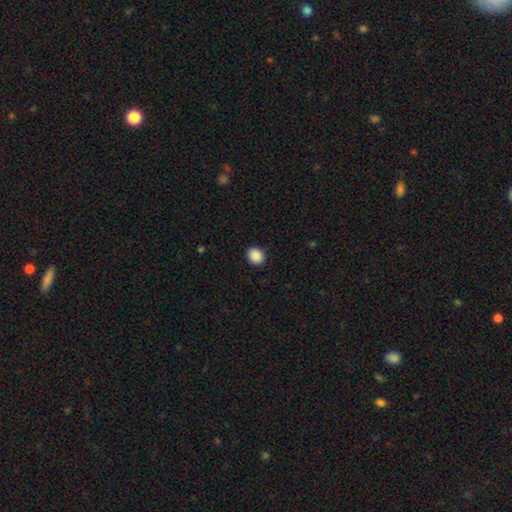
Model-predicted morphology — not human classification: Smooth or featured?
  - smooth: 89% *
  - star or artifact: 9%
  - featured or disk: 2%
How rounded?
  - round: 71% *
  - in between: 28%
  - cigar-shaped: 1%
Merging?
  - none: 91% *
  - minor disturbance: 6%
  - major disturbance: 2%
  - merger: 1%